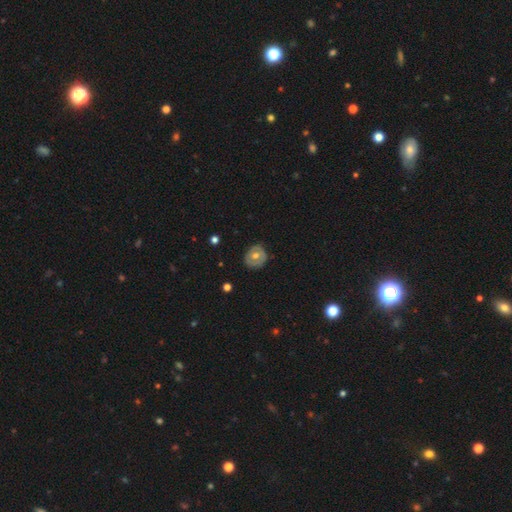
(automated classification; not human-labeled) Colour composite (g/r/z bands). It shows a featured or disk galaxy (46%, tied with smooth). Merging: none (81%).